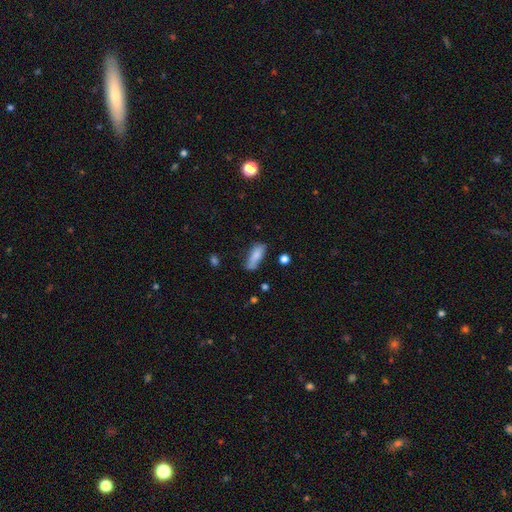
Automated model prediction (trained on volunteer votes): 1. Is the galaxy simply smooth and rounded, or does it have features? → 79% smooth, 13% featured or disk, 8% star or artifact.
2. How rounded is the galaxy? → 62% in between, 35% cigar-shaped, 3% round.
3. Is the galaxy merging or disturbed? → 52% none, 31% minor disturbance, 11% major disturbance, 7% merger.